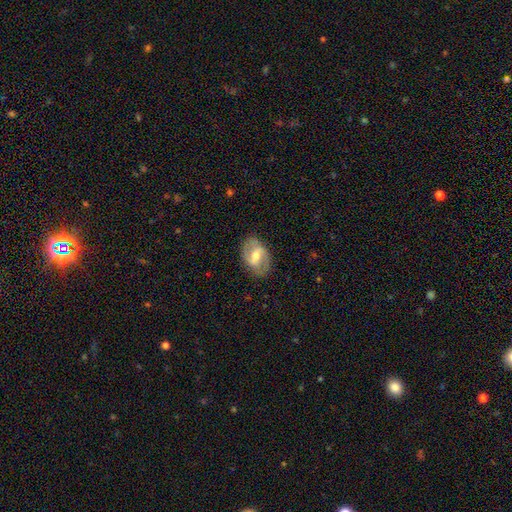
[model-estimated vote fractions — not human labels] The model was most divided on "bar": weak: 49%, strong: 33%, no: 18%. Remaining: edge-on disk — no (96%); spiral arm count — 2 (87%); spiral arms — yes (84%); merging — none (80%); smooth or featured — featured or disk (74%); bulge size — moderate (61%); spiral winding — medium (48%).